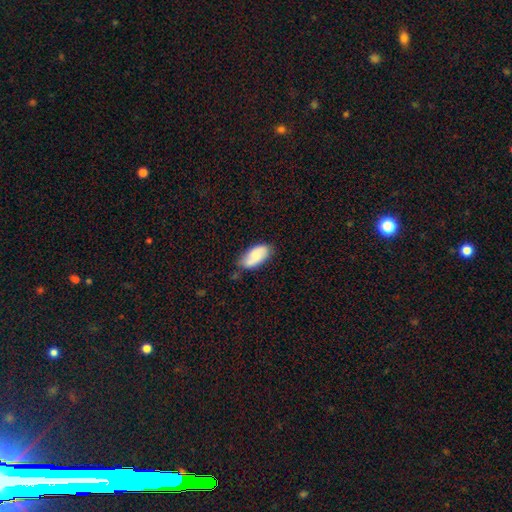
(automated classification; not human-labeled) Morphology: type=smooth (72%); roundness=in between (92%); merging=none (65%).